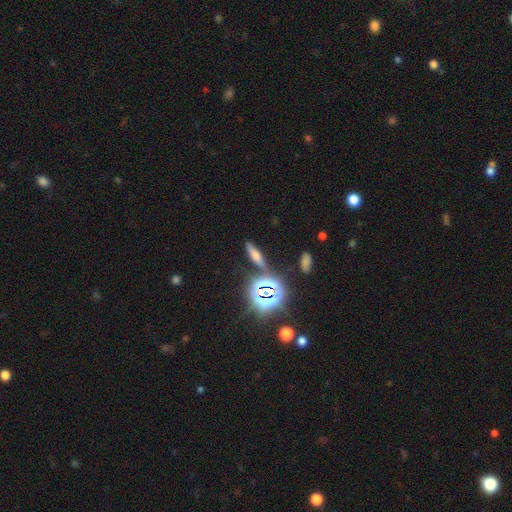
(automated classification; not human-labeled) smooth_or_featured: smooth (p=0.47) [alt: star or artifact p=0.29]
merging: none (p=0.80) [alt: minor disturbance p=0.10]